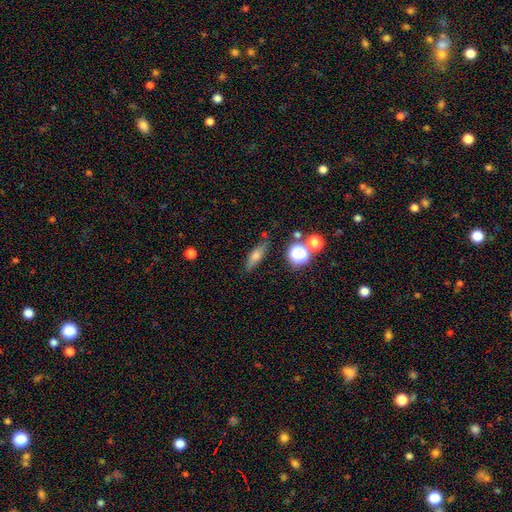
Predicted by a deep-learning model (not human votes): Smooth or featured? smooth (57%)
How rounded? cigar-shaped (52%)
Merging? none (79%)